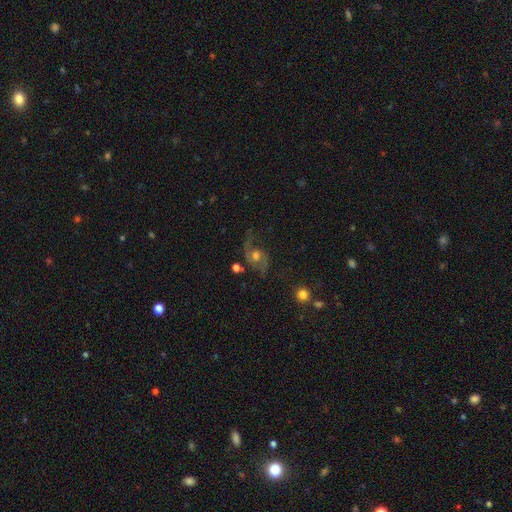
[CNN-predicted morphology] The model was most divided on "merging": none: 55%, major disturbance: 21%, minor disturbance: 20%, merger: 4%. More confident: edge-on disk — no (96%); spiral arms — yes (91%); spiral arm count — 2 (86%); smooth or featured — featured or disk (74%); bar — no (69%); bulge size — moderate (68%); spiral winding — loose (65%).